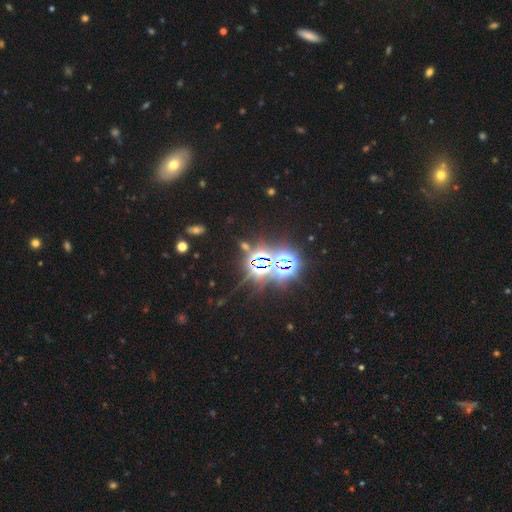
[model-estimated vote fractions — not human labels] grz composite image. It shows a star or artifact, not a galaxy (80%).